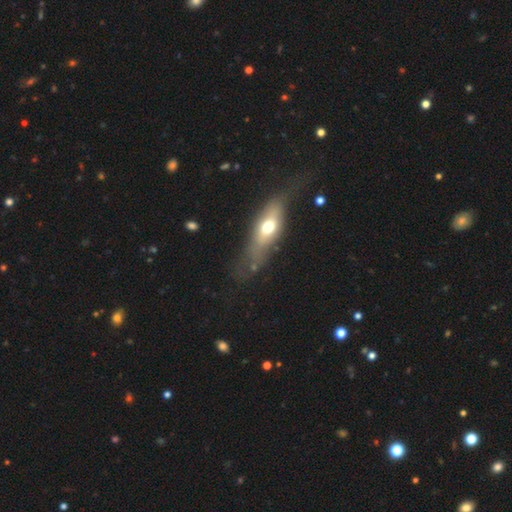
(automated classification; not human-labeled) smooth-or-featured: featured or disk: 50% | smooth: 40% | star or artifact: 9%
  disk-edge-on: yes: 61% | no: 39%
  merging: none: 57% | minor disturbance: 26% | major disturbance: 14% | merger: 3%